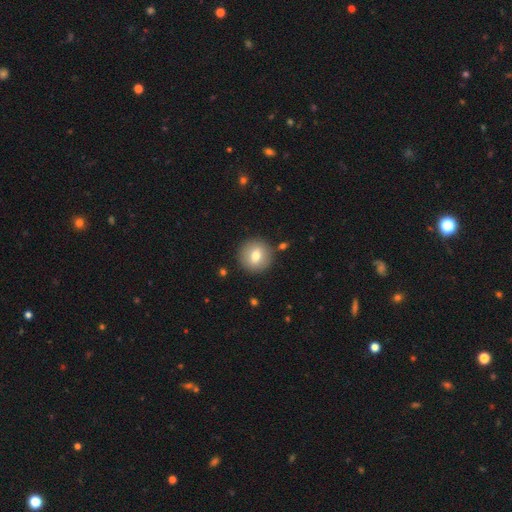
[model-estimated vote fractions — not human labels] smooth 72%, featured or disk 20%, star or artifact 9%. Down the decision tree: how rounded — round (93%); merging — none (89%).